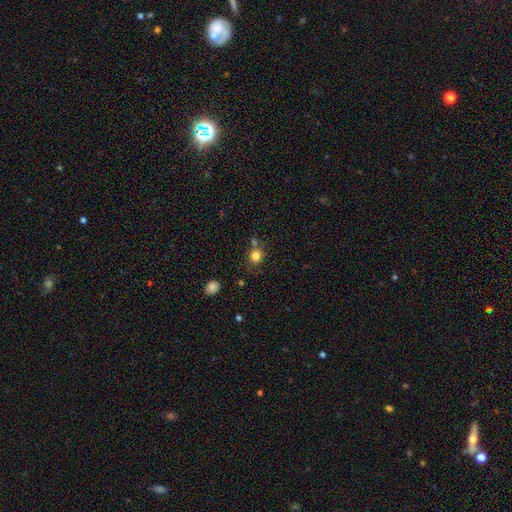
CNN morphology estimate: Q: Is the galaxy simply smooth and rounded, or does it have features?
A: smooth — 82%.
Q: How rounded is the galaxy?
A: round — 83%.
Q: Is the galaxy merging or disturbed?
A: none — 68%.